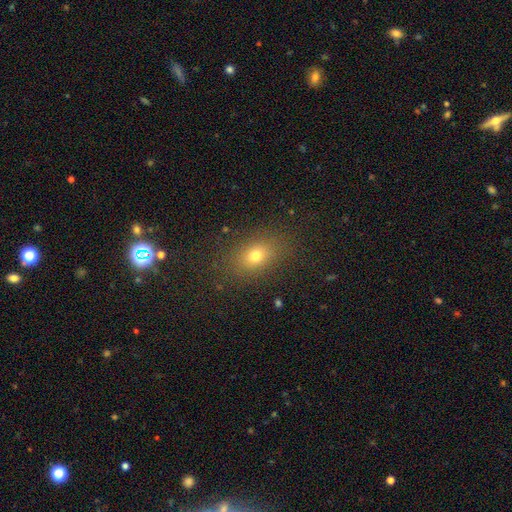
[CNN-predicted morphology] Smooth or featured? Predicted: smooth (p=0.72). How rounded? Predicted: in between (p=0.70). Merging? Predicted: none (p=0.84).